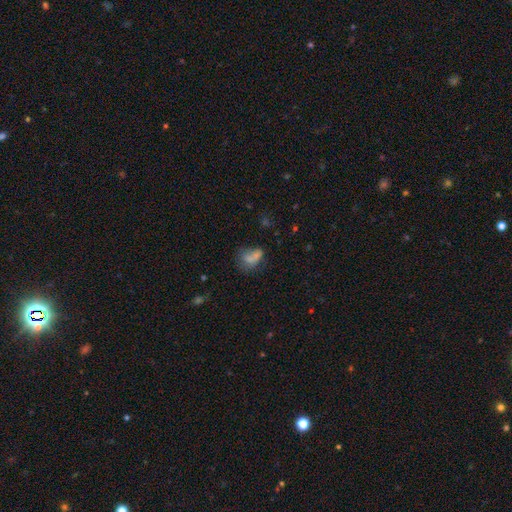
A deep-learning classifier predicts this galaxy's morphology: smooth_or_featured: smooth (p=0.60) [alt: featured or disk p=0.21]
how_rounded: in between (p=0.70) [alt: round p=0.26]
merging: none (p=0.38) [alt: major disturbance p=0.23]